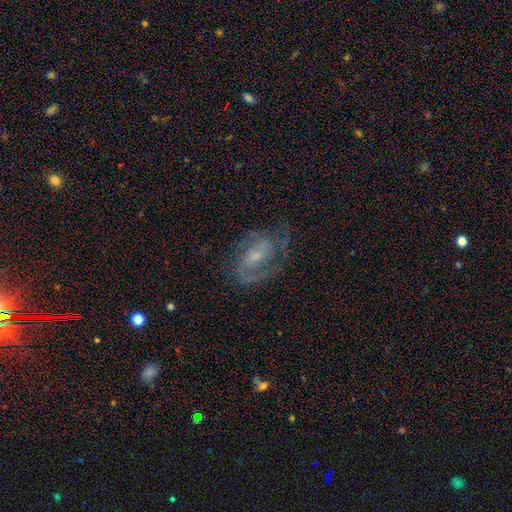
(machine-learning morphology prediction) The model was most divided on "bar": weak: 46%, no: 39%, strong: 15%. Remaining: edge-on disk — no (97%); spiral arms — yes (92%); smooth or featured — featured or disk (80%); spiral arm count — 2 (66%); merging — none (64%); bulge size — small (60%); spiral winding — medium (48%).